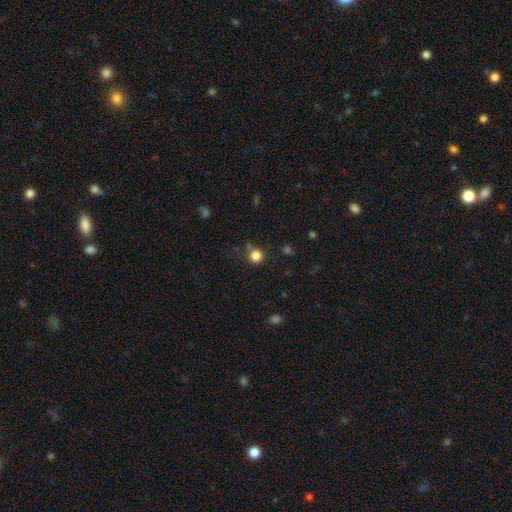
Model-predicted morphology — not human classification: smooth-or-featured: smooth: 83% | star or artifact: 12% | featured or disk: 4%
  how-rounded: round: 92% | in between: 7% | cigar-shaped: 1%
  merging: none: 76% | minor disturbance: 14% | merger: 6% | major disturbance: 4%